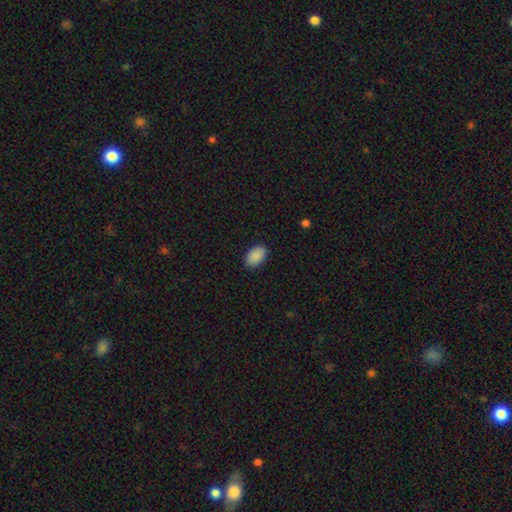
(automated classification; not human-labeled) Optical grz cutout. It shows a smooth galaxy with no disk features (90%) that is in between round and cigar-shaped (90%). Merging: none (89%).